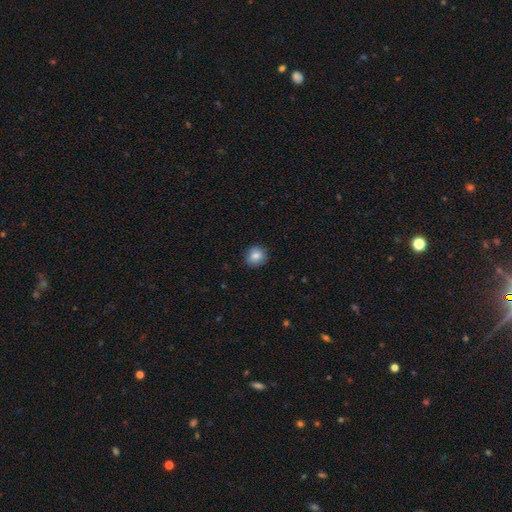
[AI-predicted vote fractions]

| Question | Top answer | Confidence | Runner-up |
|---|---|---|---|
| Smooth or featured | smooth | 81% | featured or disk (10%) |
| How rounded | round | 83% | in between (16%) |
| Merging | none | 85% | minor disturbance (12%) |